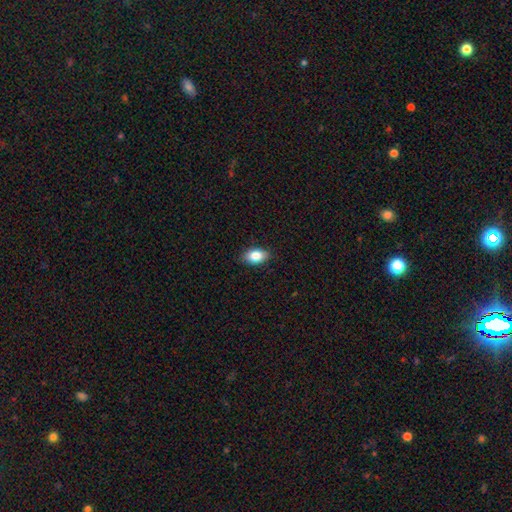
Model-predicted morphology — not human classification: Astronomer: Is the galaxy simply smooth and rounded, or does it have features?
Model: smooth — 84%.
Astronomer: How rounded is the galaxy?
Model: in between — 88%.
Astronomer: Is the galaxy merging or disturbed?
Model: none — 87%.